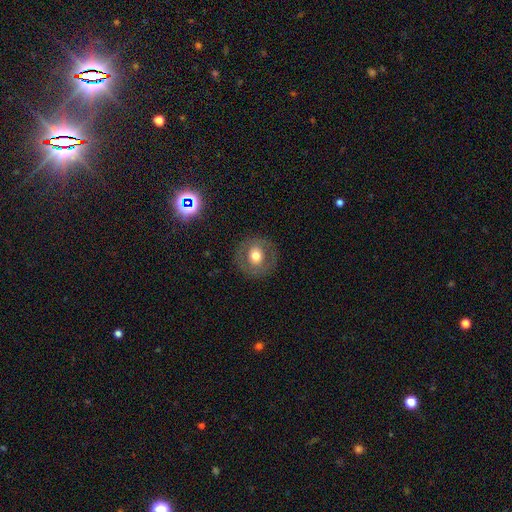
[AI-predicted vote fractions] smooth 58%, featured or disk 33%, star or artifact 9%. Down the decision tree: how rounded — round (89%); merging — none (85%).